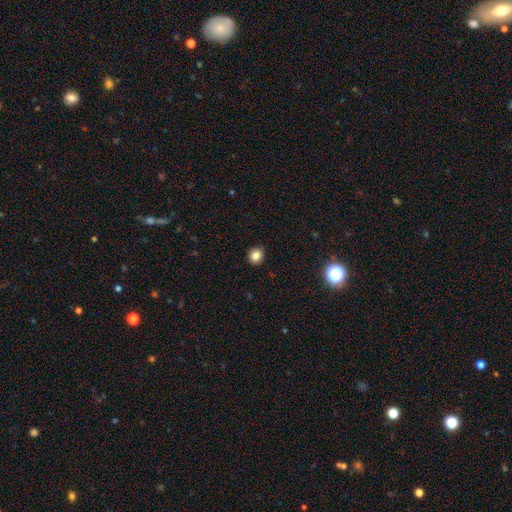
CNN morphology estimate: smooth_or_featured: smooth (p=0.82) [alt: star or artifact p=0.12]
how_rounded: round (p=0.86) [alt: in between p=0.13]
merging: none (p=0.90) [alt: minor disturbance p=0.07]